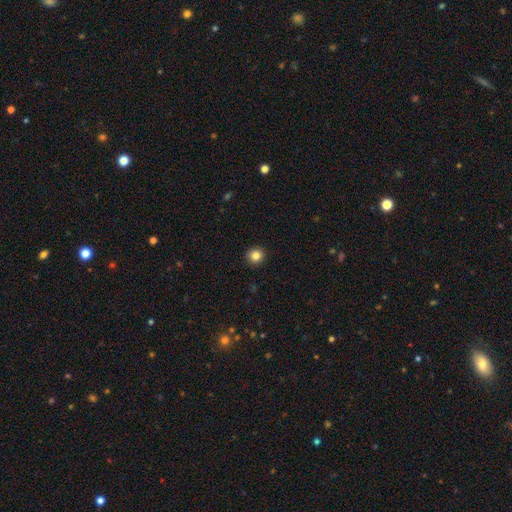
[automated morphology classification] Q: Smooth or featured?
A: smooth (84%); runner-up: star or artifact (11%)
Q: How rounded?
A: round (90%); runner-up: in between (9%)
Q: Merging?
A: none (92%); runner-up: minor disturbance (5%)